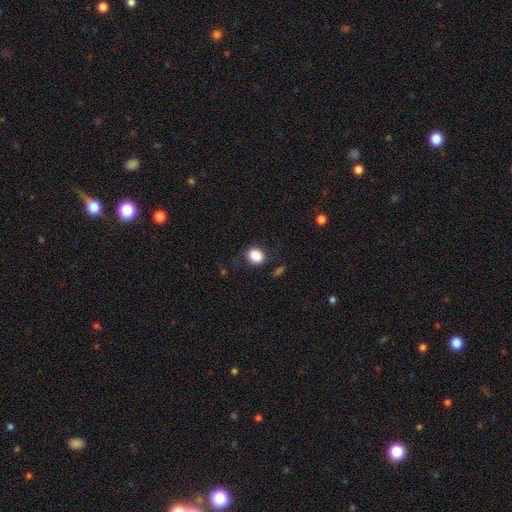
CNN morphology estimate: The model was most divided on "how rounded": in between: 52%, round: 47%, cigar-shaped: 1%. More confident: smooth or featured — smooth (88%); merging — none (80%).